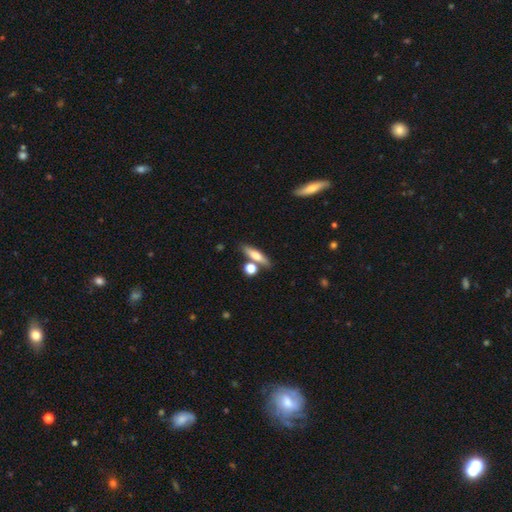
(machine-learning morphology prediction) type=smooth (63%); roundness=cigar-shaped (61%); merging=none (70%).